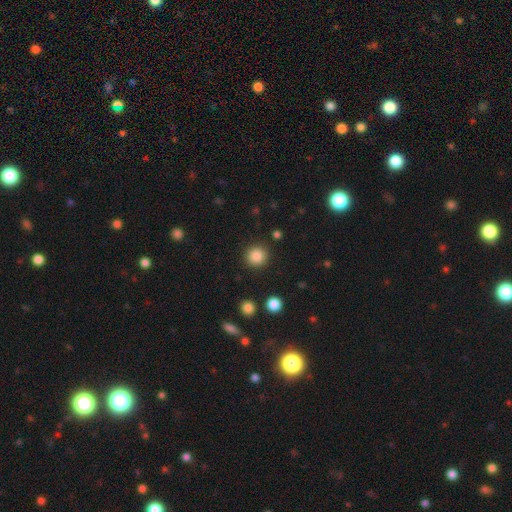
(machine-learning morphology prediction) This is clearly a smooth galaxy (86%). How rounded: clearly round (94%). Merging: clearly none (90%).